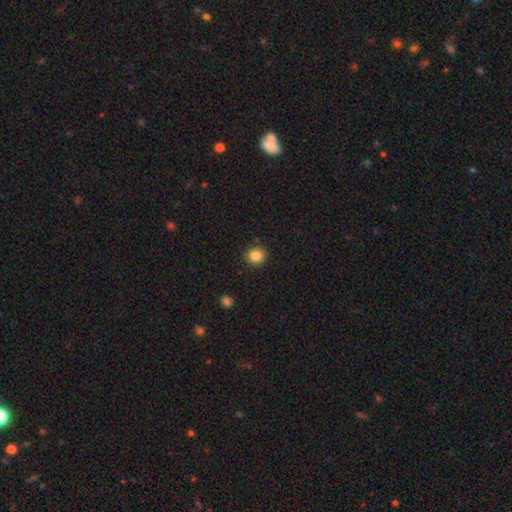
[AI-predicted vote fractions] Smooth or featured? Predicted: smooth (p=0.85). How rounded? Predicted: round (p=0.89). Merging? Predicted: none (p=0.91).